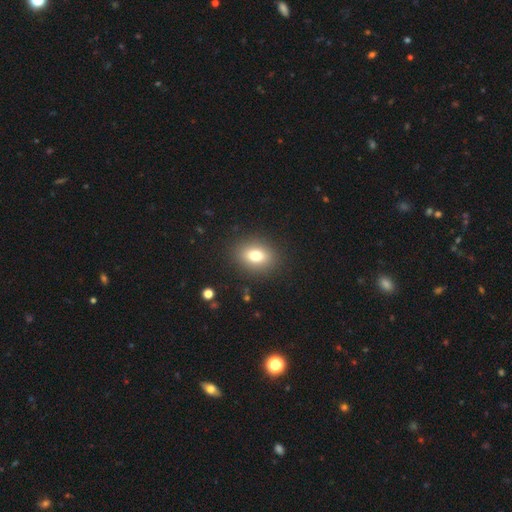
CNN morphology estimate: smooth 76%, featured or disk 12%, star or artifact 12%. Down the decision tree: how rounded — in between (60%); merging — none (89%).